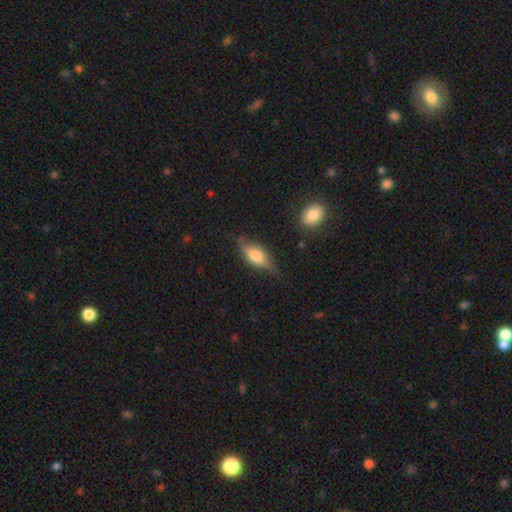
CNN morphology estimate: A featured or disk galaxy (51%) viewed edge-on (87%). Merging: none (68%).